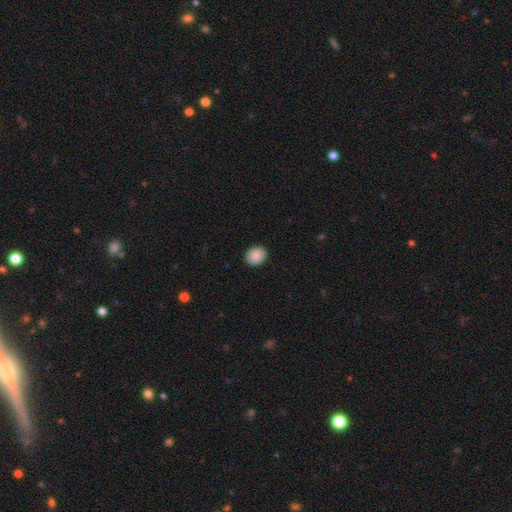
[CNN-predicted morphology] A smooth galaxy with no disk features (89%) that is round (64%). Merging: none (90%).